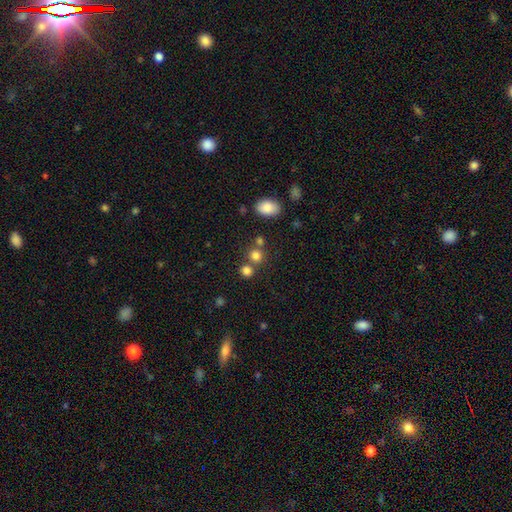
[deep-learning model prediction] Q: Smooth or featured?
A: smooth (79%); runner-up: star or artifact (14%)
Q: How rounded?
A: round (86%); runner-up: in between (13%)
Q: Merging?
A: none (66%); runner-up: merger (24%)